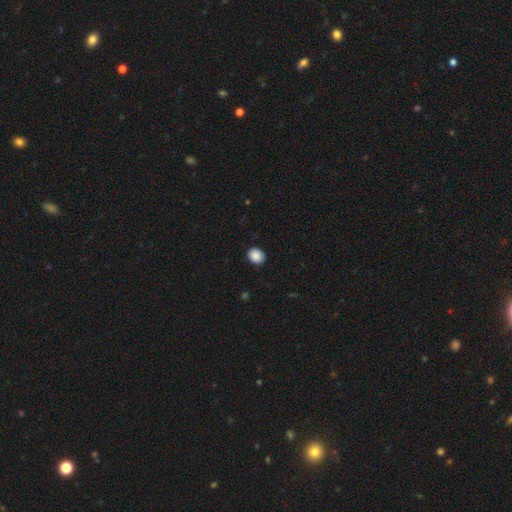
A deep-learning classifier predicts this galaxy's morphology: Smooth or featured? Predicted: smooth (p=0.88). How rounded? Predicted: round (p=0.64). Merging? Predicted: none (p=0.89).